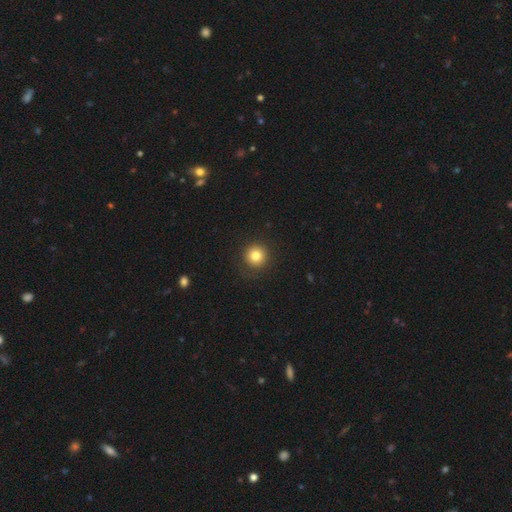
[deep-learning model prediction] Q: Smooth or featured?
A: smooth (82%); runner-up: star or artifact (11%)
Q: How rounded?
A: round (95%); runner-up: in between (4%)
Q: Merging?
A: none (89%); runner-up: minor disturbance (7%)